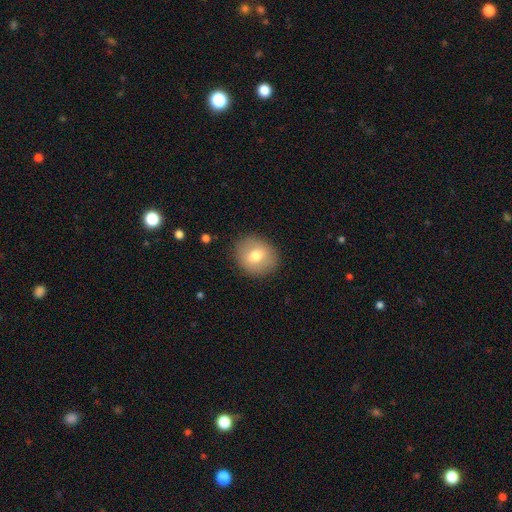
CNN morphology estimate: This appears to be a smooth galaxy with no disk features (71%) that is round (74%). Merging: none (87%).